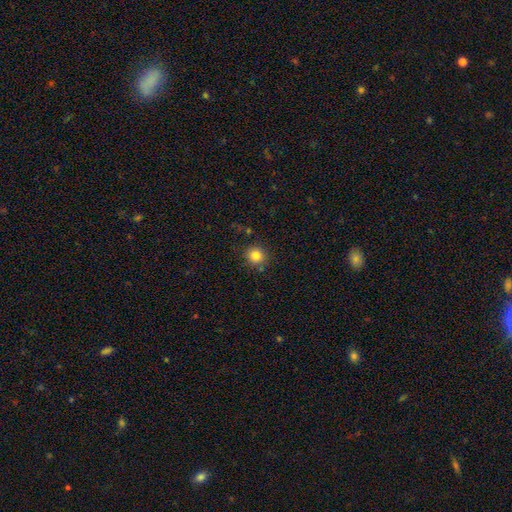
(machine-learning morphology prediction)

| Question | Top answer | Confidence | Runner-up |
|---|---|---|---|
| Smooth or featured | smooth | 83% | star or artifact (12%) |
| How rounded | round | 90% | in between (10%) |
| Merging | none | 83% | minor disturbance (10%) |